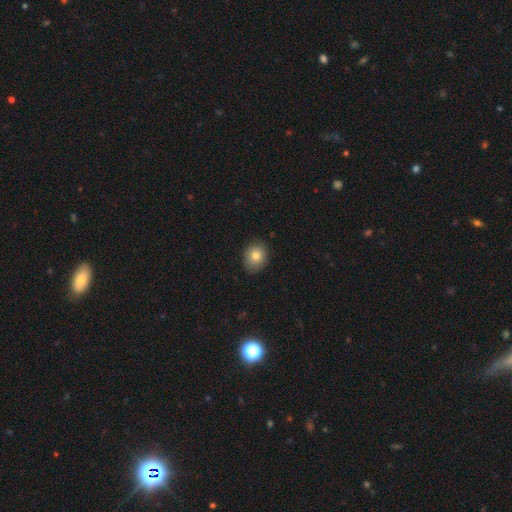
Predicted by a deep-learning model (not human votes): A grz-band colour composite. It shows a smooth galaxy with no disk features (80%) that is round (60%). Merging: none (83%).